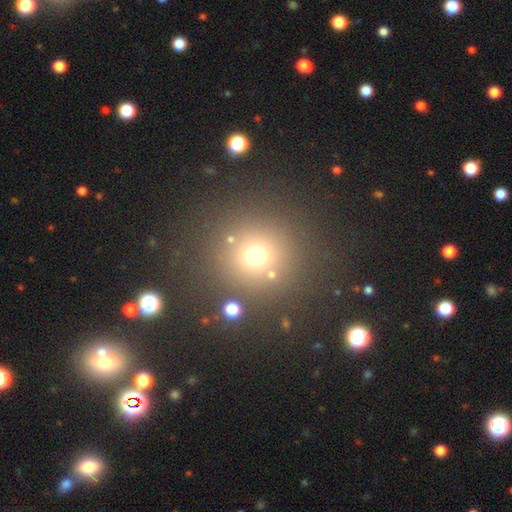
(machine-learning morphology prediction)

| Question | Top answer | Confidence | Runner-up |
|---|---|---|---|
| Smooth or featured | smooth | 68% | star or artifact (23%) |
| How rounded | round | 92% | in between (7%) |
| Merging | none | 82% | minor disturbance (8%) |